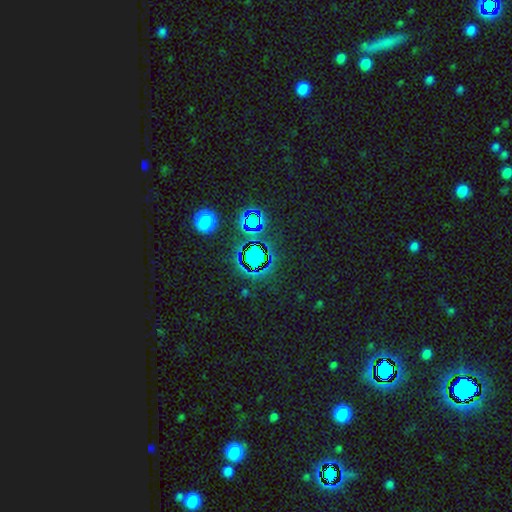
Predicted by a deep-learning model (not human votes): The model was most divided on "smooth or featured": star or artifact: 76%, smooth: 14%, featured or disk: 10%.